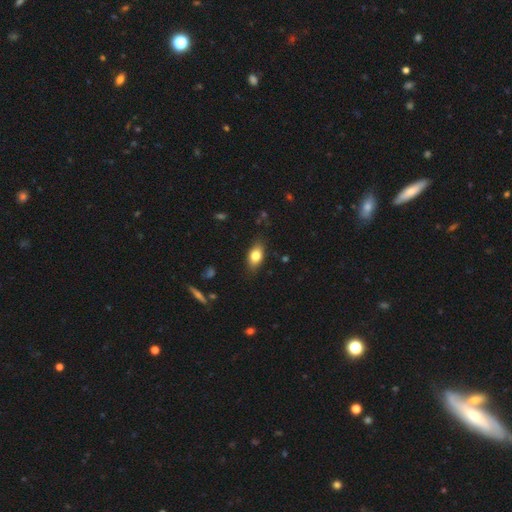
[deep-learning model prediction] Morphology: type=smooth (78%); roundness=in between (85%); merging=none (82%).